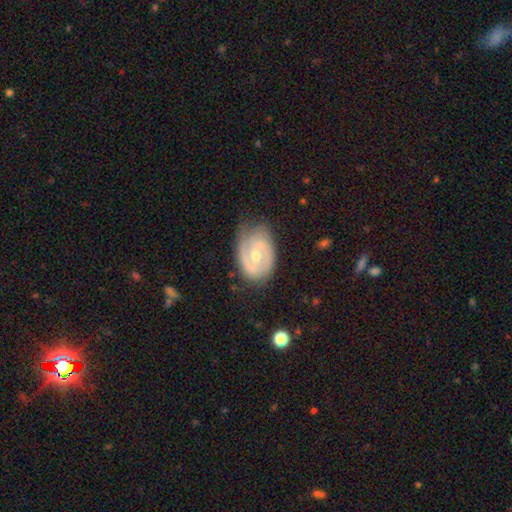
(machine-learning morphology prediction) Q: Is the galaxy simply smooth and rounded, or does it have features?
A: featured or disk — 74%.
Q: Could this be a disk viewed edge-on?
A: no — 96%.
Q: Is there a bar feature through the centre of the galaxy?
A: no — 51%.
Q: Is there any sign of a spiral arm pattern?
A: yes — 81%.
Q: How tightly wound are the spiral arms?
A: tight — 52%.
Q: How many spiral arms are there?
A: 2 — 59%.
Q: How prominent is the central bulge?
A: moderate — 62%.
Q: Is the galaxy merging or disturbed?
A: none — 60%.